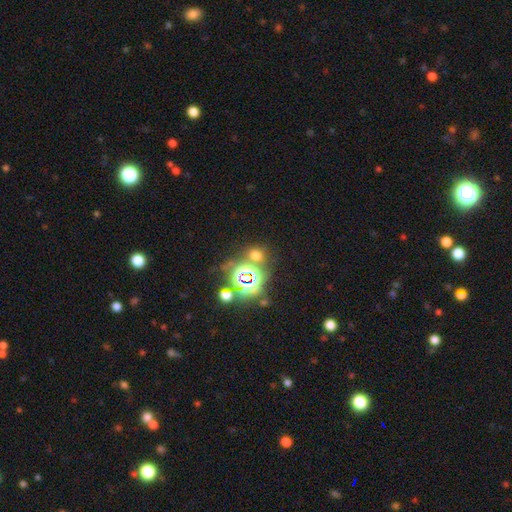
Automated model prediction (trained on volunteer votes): Morphology: type=smooth (47%); merging=none (70%).